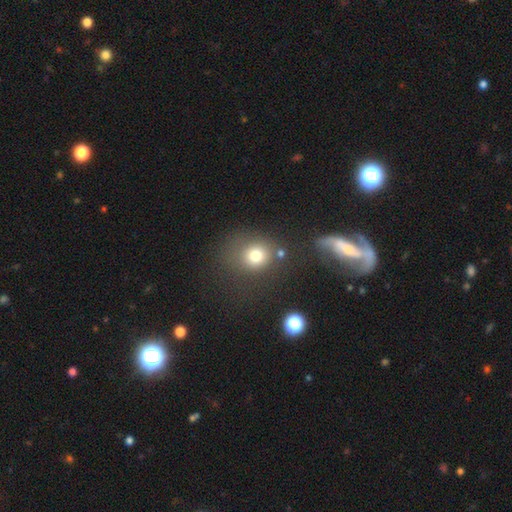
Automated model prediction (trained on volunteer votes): Morphology: type=smooth (76%); roundness=round (76%); merging=none (64%).